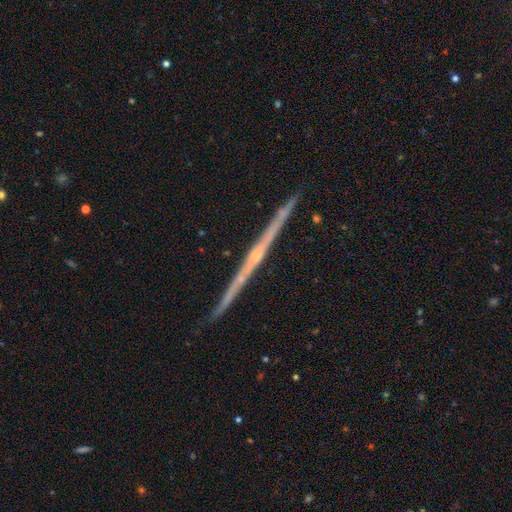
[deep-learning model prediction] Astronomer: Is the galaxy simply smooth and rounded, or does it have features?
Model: featured or disk — 86%.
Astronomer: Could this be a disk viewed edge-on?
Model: yes — 99%.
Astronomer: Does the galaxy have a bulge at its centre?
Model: rounded — 62%.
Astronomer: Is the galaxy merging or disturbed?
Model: none — 92%.